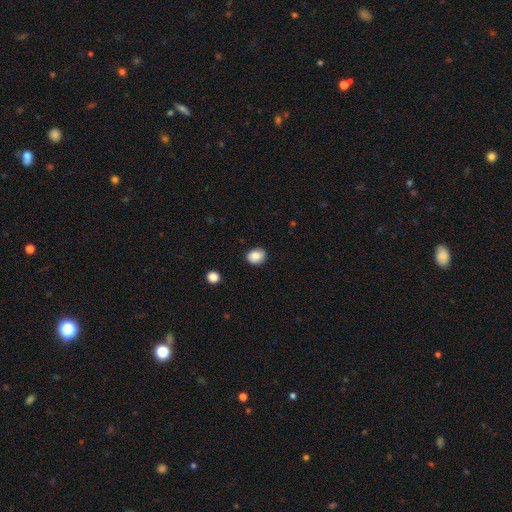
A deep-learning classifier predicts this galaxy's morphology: smooth 84%, star or artifact 9%, featured or disk 8%. Down the decision tree: how rounded — round (57%); merging — none (80%).